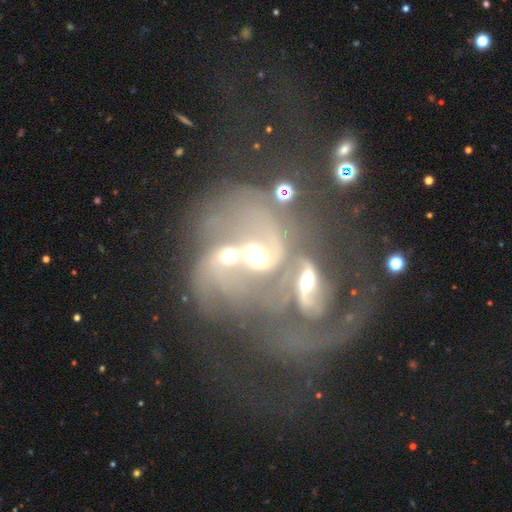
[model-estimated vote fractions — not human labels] A featured or disk galaxy (74%) with no bar (51%), 2 (55%) loose (49%) spiral arms (83%) and a moderate central bulge (58%).

Vote fractions:
- Smooth or featured? featured or disk: 74% / smooth: 15% / star or artifact: 11%
- Edge-on disk? no: 96% / yes: 4%
- Bar? no: 51% / weak: 33% / strong: 16%
- Spiral arms? yes: 83% / no: 17%
- Spiral winding? loose: 49% / medium: 37% / tight: 14%
- Spiral arm count? 2: 55% / 1: 20% / can't tell: 17% / 3: 5% / more than 4: 2% / 4: 2%
- Bulge size? moderate: 58% / small: 17% / large: 15% / none: 6% / dominant: 4%
- Merging? merger: 79% / major disturbance: 11% / none: 6% / minor disturbance: 4%